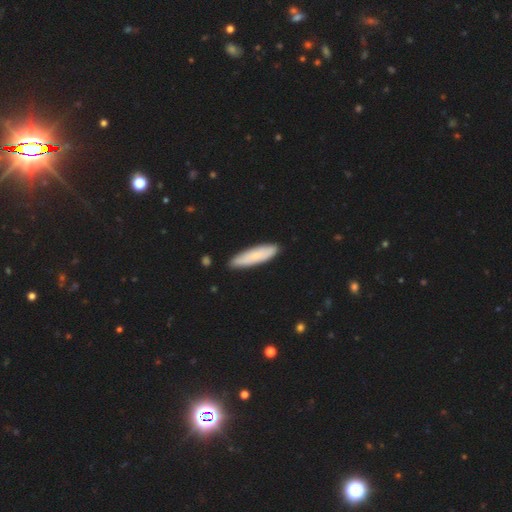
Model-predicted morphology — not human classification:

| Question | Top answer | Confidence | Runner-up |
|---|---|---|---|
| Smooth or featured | smooth | 72% | featured or disk (22%) |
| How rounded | cigar-shaped | 72% | in between (27%) |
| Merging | none | 87% | minor disturbance (10%) |